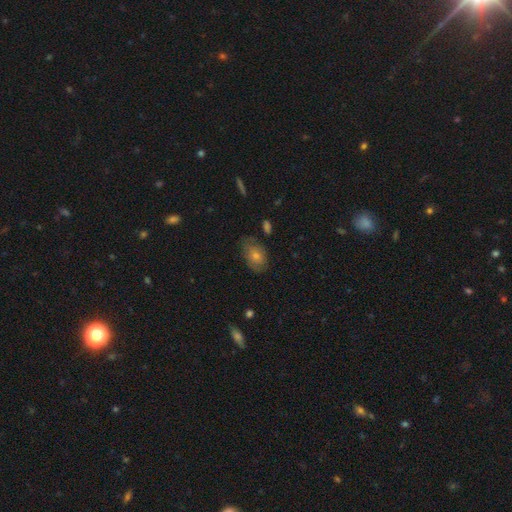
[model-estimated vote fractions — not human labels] Overall: smooth (58%; featured or disk 28%). How rounded: in between (76%). Merging: none (72%).